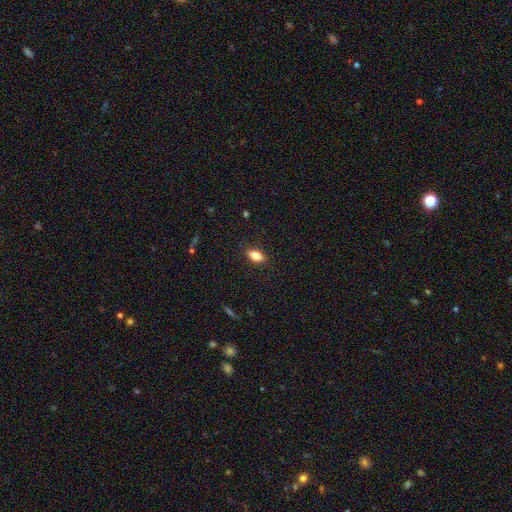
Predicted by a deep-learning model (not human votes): smooth_or_featured: smooth (p=0.78) [alt: featured or disk p=0.13]
how_rounded: in between (p=0.84) [alt: cigar-shaped p=0.11]
merging: none (p=0.87) [alt: minor disturbance p=0.10]